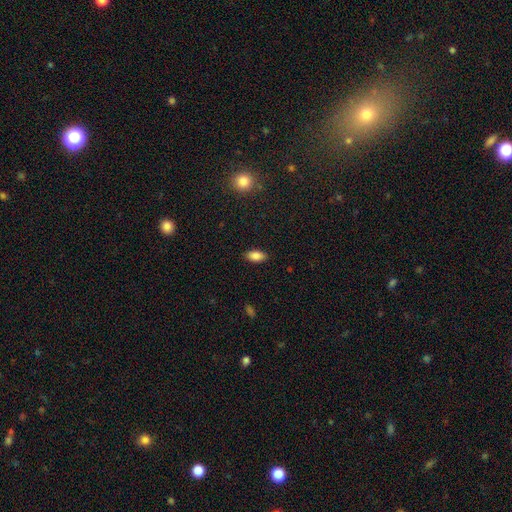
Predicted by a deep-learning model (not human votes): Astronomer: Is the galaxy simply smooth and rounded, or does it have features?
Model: smooth — 85%.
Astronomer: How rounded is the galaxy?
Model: in between — 91%.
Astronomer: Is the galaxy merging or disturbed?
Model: none — 88%.